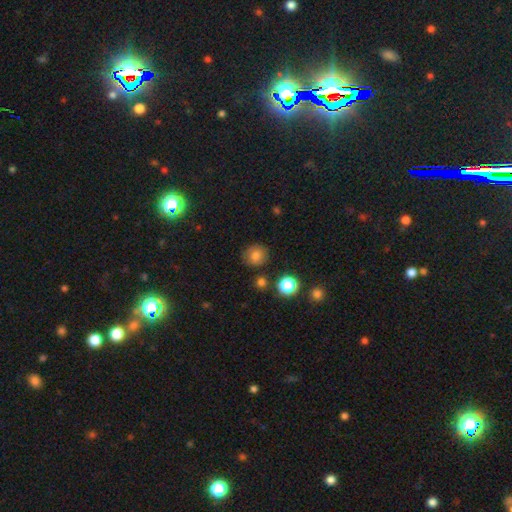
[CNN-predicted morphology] This is likely a smooth galaxy (73%). How rounded: clearly round (82%). Merging: likely none (80%).